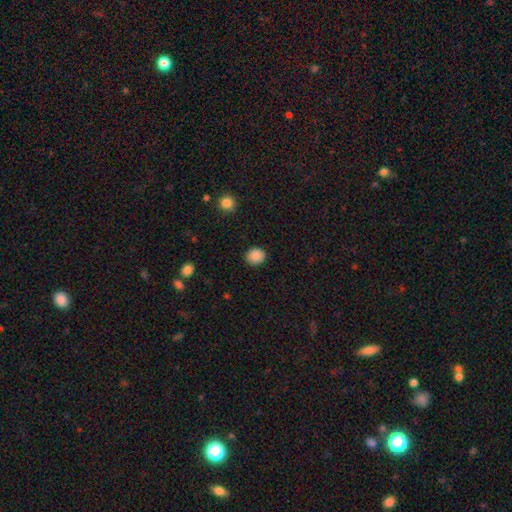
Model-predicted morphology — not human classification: smooth_or_featured: smooth (p=0.88) [alt: star or artifact p=0.09]
how_rounded: round (p=0.79) [alt: in between p=0.20]
merging: none (p=0.90) [alt: minor disturbance p=0.07]